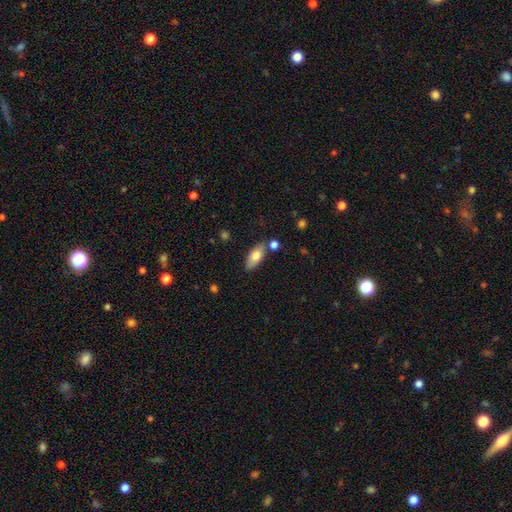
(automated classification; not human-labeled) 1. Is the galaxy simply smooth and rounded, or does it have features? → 74% smooth, 19% featured or disk, 6% star or artifact.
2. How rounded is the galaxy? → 85% in between, 12% cigar-shaped, 3% round.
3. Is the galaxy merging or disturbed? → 76% none, 13% minor disturbance, 8% merger, 3% major disturbance.